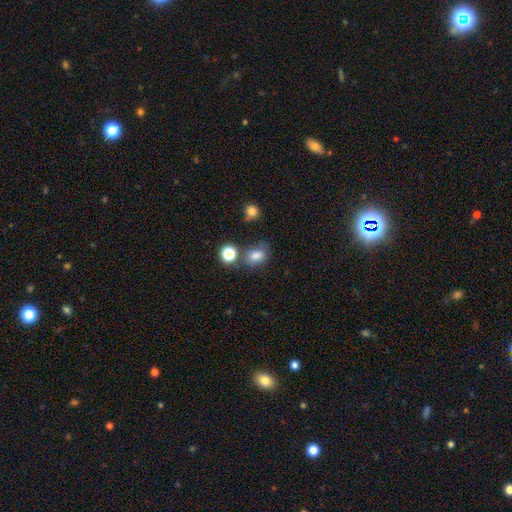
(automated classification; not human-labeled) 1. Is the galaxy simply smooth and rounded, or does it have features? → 79% smooth, 14% star or artifact, 7% featured or disk.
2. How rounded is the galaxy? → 59% in between, 40% round, 1% cigar-shaped.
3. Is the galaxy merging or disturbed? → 62% none, 18% minor disturbance, 13% merger, 7% major disturbance.